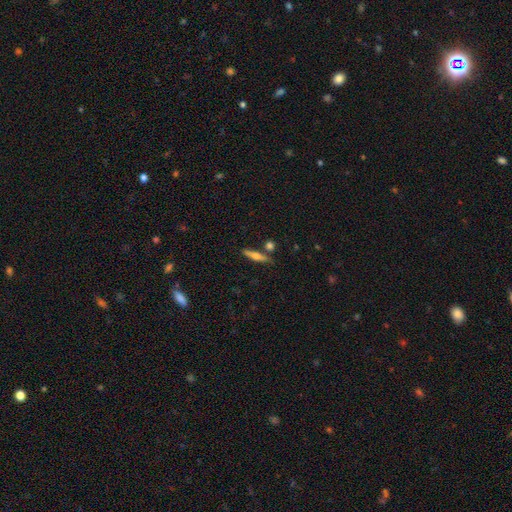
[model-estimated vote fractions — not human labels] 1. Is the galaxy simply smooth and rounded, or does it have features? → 50% smooth, 43% featured or disk, 7% star or artifact.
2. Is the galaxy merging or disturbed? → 75% none, 12% minor disturbance, 10% merger, 3% major disturbance.